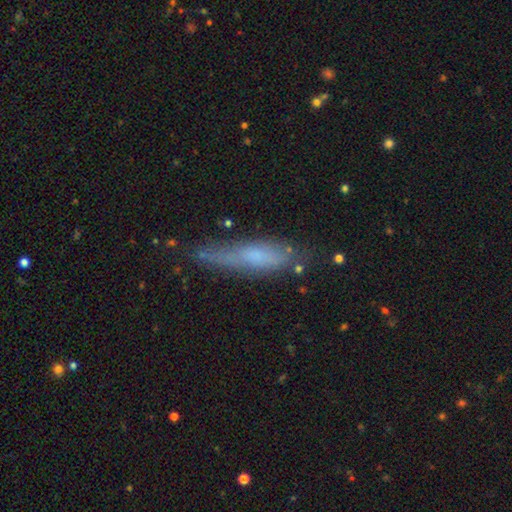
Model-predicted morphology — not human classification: smooth_or_featured: smooth (p=0.56) [alt: featured or disk p=0.35]
how_rounded: cigar-shaped (p=0.76) [alt: in between p=0.23]
merging: none (p=0.57) [alt: minor disturbance p=0.29]